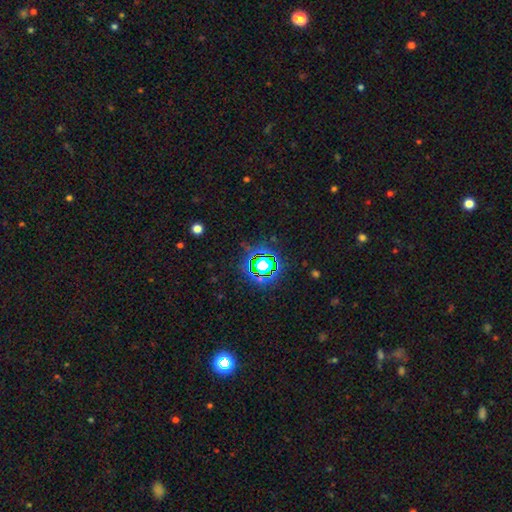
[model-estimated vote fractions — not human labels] smooth-or-featured: star or artifact: 78% | smooth: 14% | featured or disk: 8%